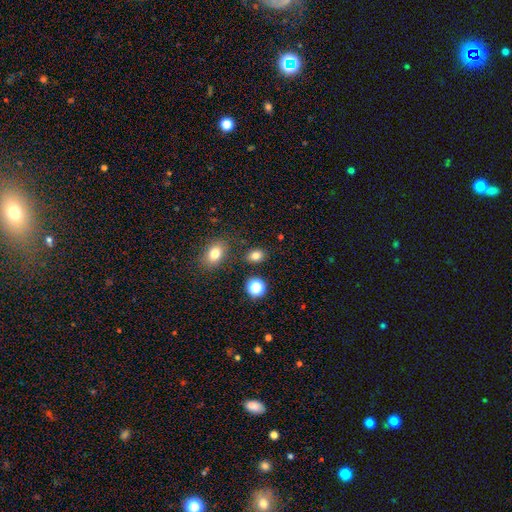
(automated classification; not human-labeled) smooth 80%, star or artifact 14%, featured or disk 6%. Down the decision tree: how rounded — in between (64%); merging — none (82%).